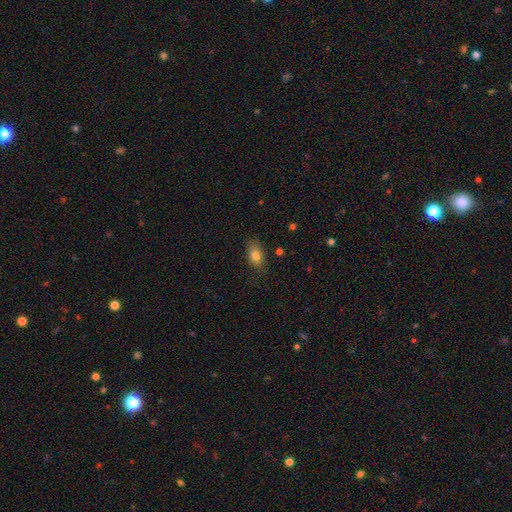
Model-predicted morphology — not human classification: The model was most divided on "merging": none: 78%, minor disturbance: 17%, major disturbance: 4%, merger: 2%. More confident: how rounded — in between (86%); smooth or featured — smooth (80%).